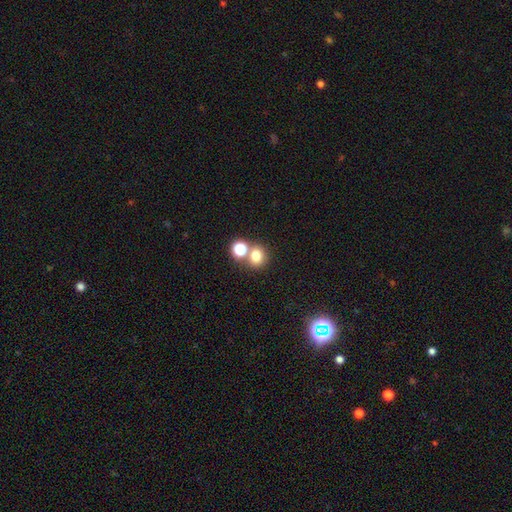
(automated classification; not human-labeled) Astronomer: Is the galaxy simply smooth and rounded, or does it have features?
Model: smooth — 75%.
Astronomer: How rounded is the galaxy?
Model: round — 77%.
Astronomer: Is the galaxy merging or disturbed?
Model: none — 57% (runner-up: merger, 33%).